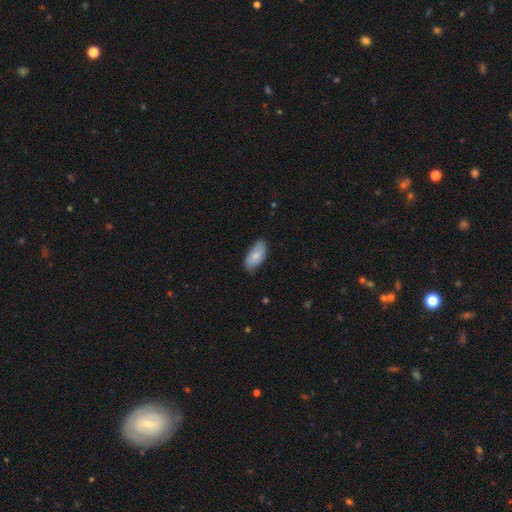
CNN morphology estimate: Smooth or featured? smooth (80%)
How rounded? in between (91%)
Merging? none (80%)